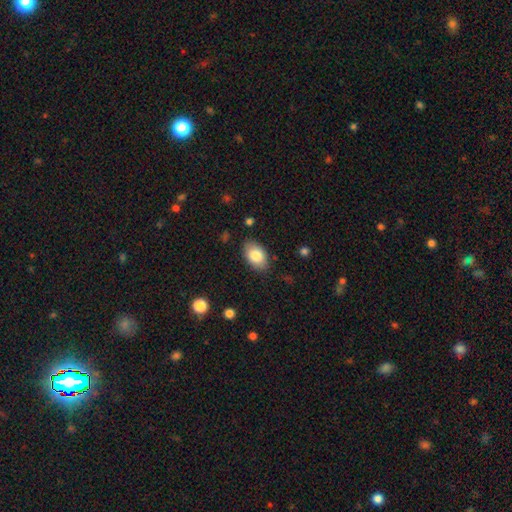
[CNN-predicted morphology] This is clearly a smooth galaxy (82%). How rounded: clearly in between (91%). Merging: clearly none (84%).